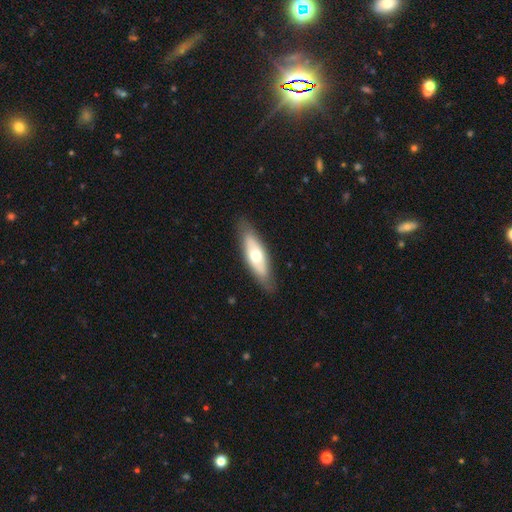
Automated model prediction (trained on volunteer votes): A smooth galaxy with no disk features (50%) that is in between round and cigar-shaped (59%). Merging: none (83%).